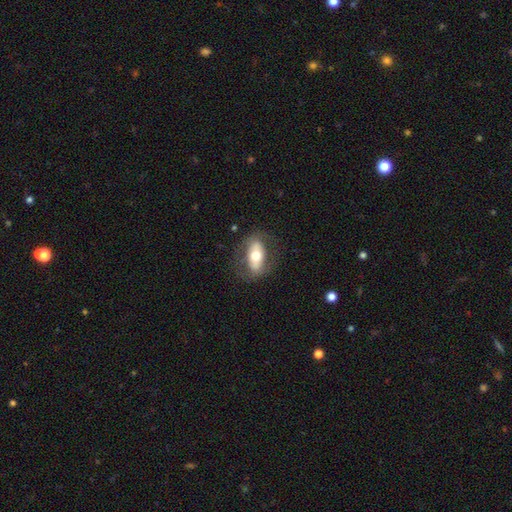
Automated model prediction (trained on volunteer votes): Smooth or featured? Predicted: smooth (p=0.49). Merging? Predicted: none (p=0.76).